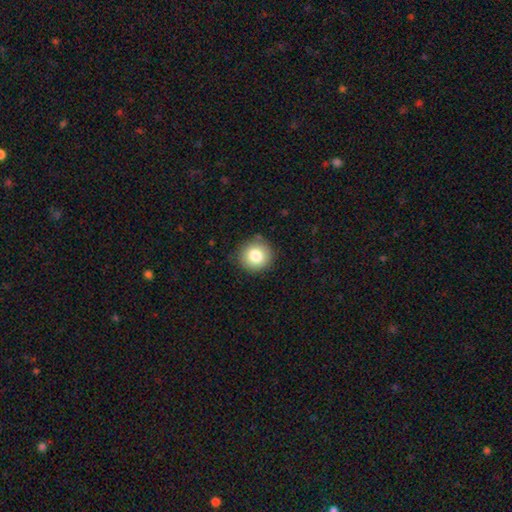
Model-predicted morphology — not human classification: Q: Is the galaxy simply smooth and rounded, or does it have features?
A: smooth — 81%.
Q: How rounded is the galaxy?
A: round — 92%.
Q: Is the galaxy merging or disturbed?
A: none — 88%.